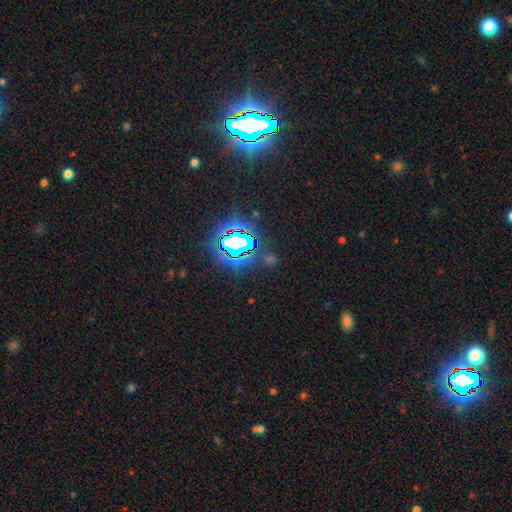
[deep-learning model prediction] This appears to be a star or artifact, not a galaxy (84%).